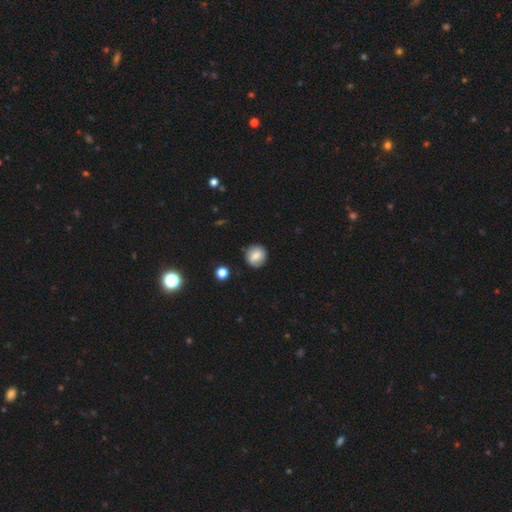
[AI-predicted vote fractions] Smooth or featured: smooth — 77% (featured or disk — 15%)
How rounded: round — 89% (in between — 10%)
Merging: none — 86% (minor disturbance — 10%)